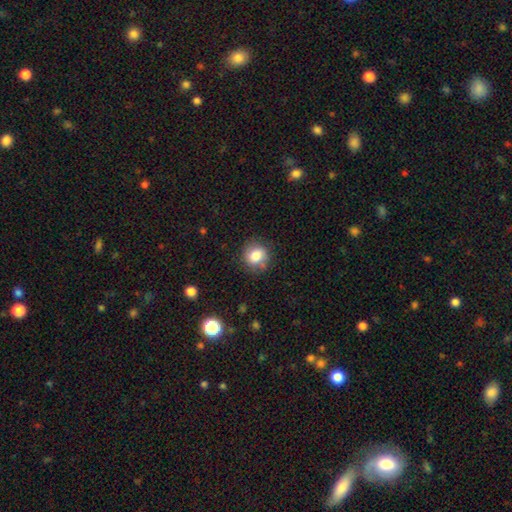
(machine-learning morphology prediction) Smooth or featured?
  - smooth: 80% *
  - featured or disk: 10%
  - star or artifact: 10%
How rounded?
  - round: 80% *
  - in between: 19%
  - cigar-shaped: 1%
Merging?
  - none: 80% *
  - minor disturbance: 14%
  - major disturbance: 4%
  - merger: 2%